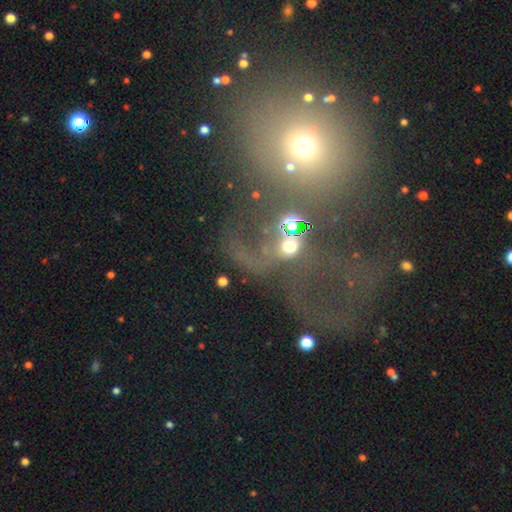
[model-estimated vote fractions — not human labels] smooth-or-featured: star or artifact: 41% | smooth: 32% | featured or disk: 27%